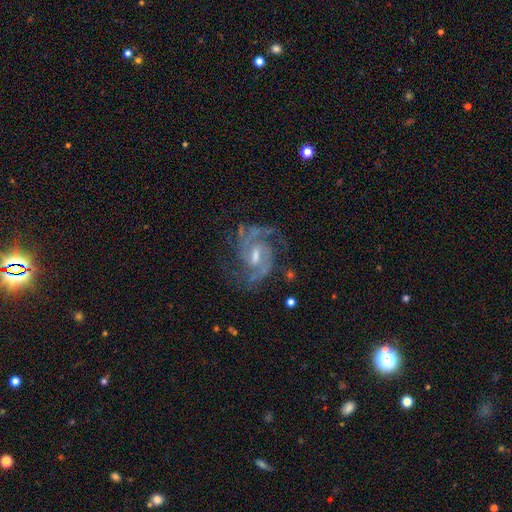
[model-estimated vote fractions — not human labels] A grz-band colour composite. It shows a featured or disk galaxy (90%) with a weak bar (60%), 2 (64%) medium (55%) spiral arms (98%) and a moderate central bulge (47%). Merging: none (68%).